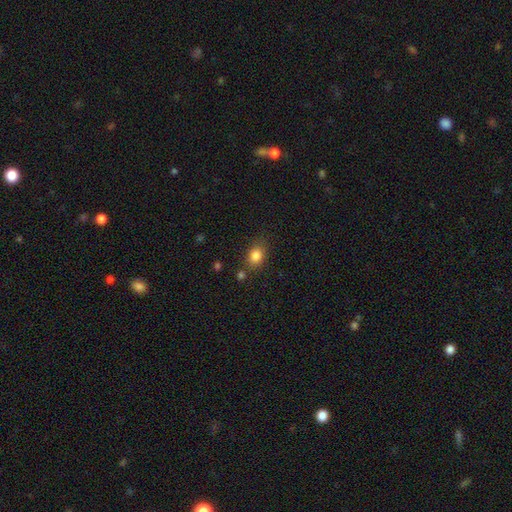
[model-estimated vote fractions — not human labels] Smooth or featured?
  - smooth: 83% *
  - star or artifact: 11%
  - featured or disk: 6%
How rounded?
  - in between: 57% *
  - round: 42%
  - cigar-shaped: 1%
Merging?
  - none: 75% *
  - minor disturbance: 15%
  - merger: 6%
  - major disturbance: 4%